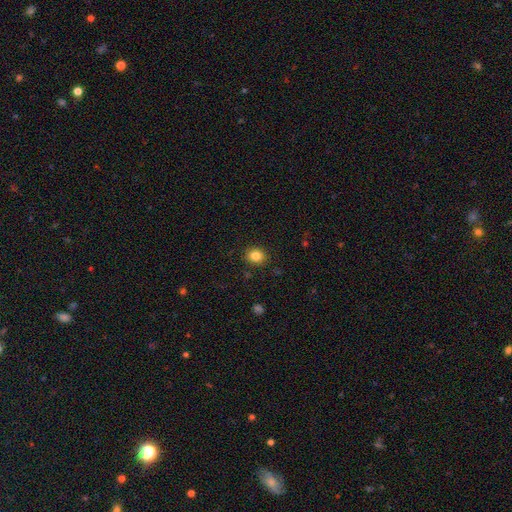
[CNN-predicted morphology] This appears to be a smooth galaxy with no disk features (83%) that is round (74%). Merging: none (90%).